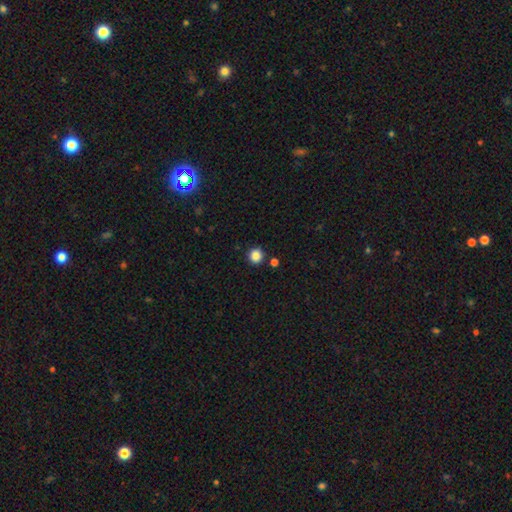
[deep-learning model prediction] Morphology: type=smooth (86%); roundness=round (93%); merging=none (88%).